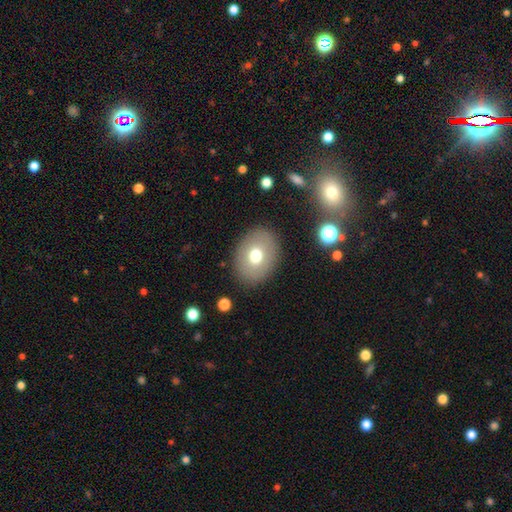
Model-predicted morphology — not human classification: Smooth or featured? Predicted: smooth (p=0.70). How rounded? Predicted: in between (p=0.63). Merging? Predicted: none (p=0.87).